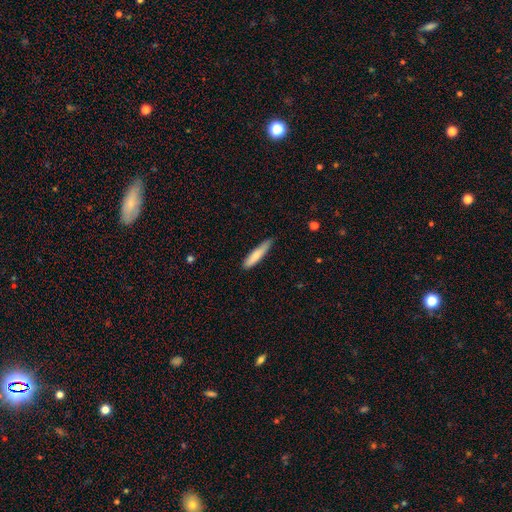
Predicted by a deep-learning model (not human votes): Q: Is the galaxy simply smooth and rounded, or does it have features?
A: smooth — 77%.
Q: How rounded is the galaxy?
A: cigar-shaped — 86%.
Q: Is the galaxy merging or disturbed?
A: none — 70%.